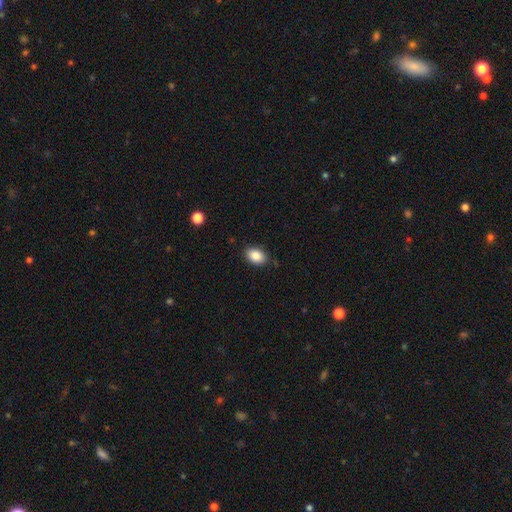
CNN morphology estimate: smooth_or_featured: smooth (p=0.86) [alt: star or artifact p=0.08]
how_rounded: in between (p=0.82) [alt: round p=0.17]
merging: none (p=0.85) [alt: minor disturbance p=0.11]